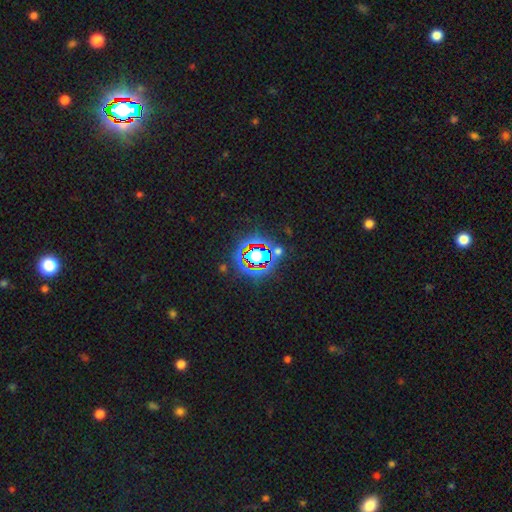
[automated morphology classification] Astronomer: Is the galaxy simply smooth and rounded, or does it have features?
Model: star or artifact — 66%.